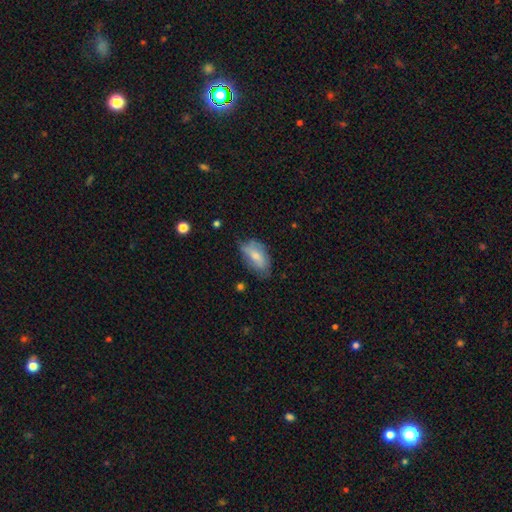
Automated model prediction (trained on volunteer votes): Smooth or featured? Predicted: smooth (p=0.69). How rounded? Predicted: in between (p=0.91). Merging? Predicted: none (p=0.53).